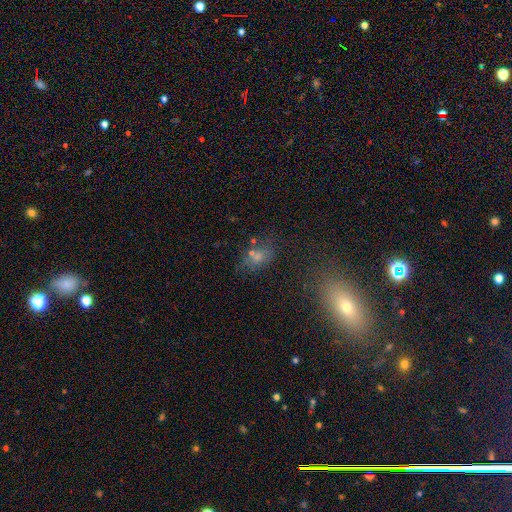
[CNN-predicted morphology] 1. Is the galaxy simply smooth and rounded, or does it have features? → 55% smooth, 29% star or artifact, 16% featured or disk.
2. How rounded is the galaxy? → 73% in between, 23% round, 4% cigar-shaped.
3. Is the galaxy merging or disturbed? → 61% none, 17% minor disturbance, 13% merger, 9% major disturbance.